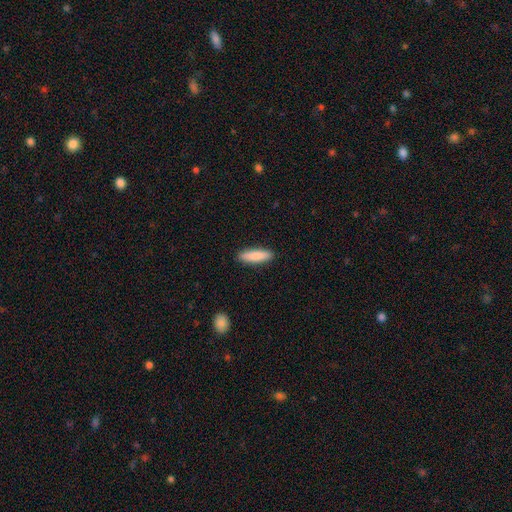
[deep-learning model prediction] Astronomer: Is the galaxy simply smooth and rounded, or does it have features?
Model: smooth — 87%.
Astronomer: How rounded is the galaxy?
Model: cigar-shaped — 68%.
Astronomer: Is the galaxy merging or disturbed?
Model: none — 90%.